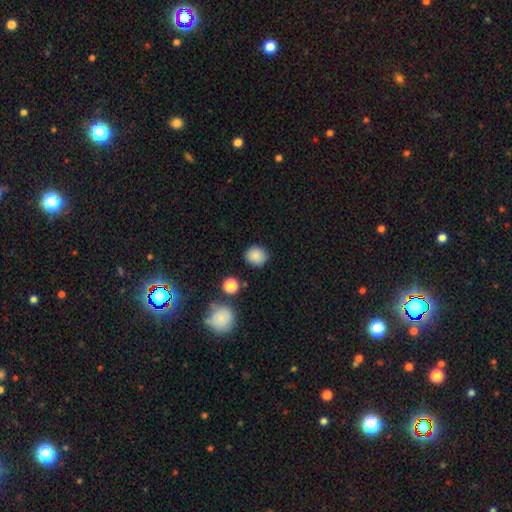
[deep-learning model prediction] smooth_or_featured: smooth (p=0.85) [alt: star or artifact p=0.10]
how_rounded: round (p=0.83) [alt: in between p=0.16]
merging: none (p=0.86) [alt: minor disturbance p=0.09]